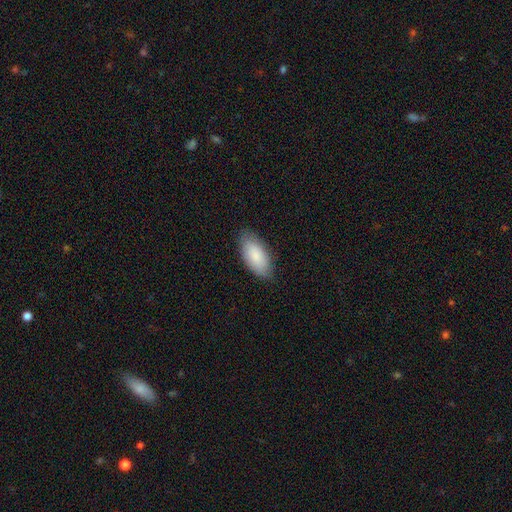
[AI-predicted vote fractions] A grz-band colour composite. It shows a smooth galaxy with no disk features (85%) that is in between round and cigar-shaped (92%). Merging: none (82%).